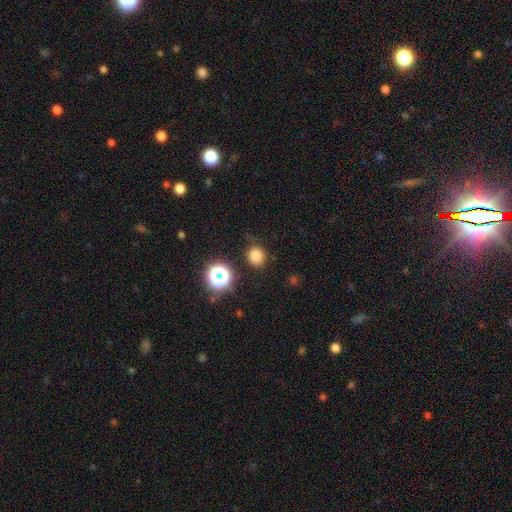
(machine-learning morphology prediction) Smooth or featured: smooth — 80% (star or artifact — 15%)
How rounded: round — 80% (in between — 19%)
Merging: none — 80% (minor disturbance — 13%)